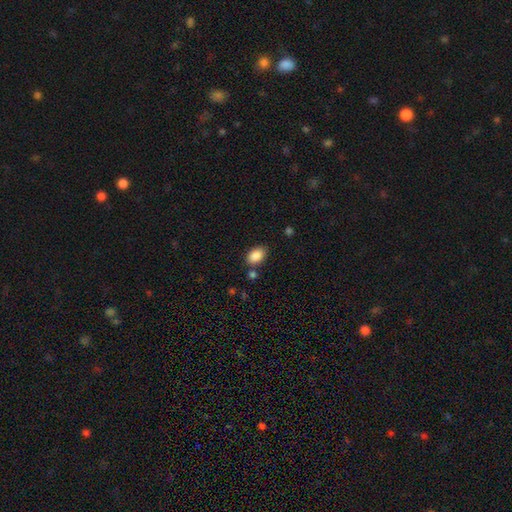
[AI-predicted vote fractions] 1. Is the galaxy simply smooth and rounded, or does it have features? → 88% smooth, 8% star or artifact, 4% featured or disk.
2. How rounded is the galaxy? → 85% in between, 14% round, 1% cigar-shaped.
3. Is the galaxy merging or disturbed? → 76% none, 14% minor disturbance, 7% merger, 3% major disturbance.